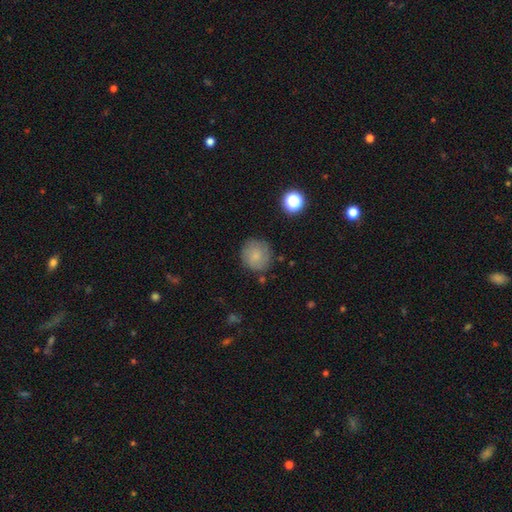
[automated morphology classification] A smooth galaxy with no disk features (77%) that is round (91%). Merging: none (79%).